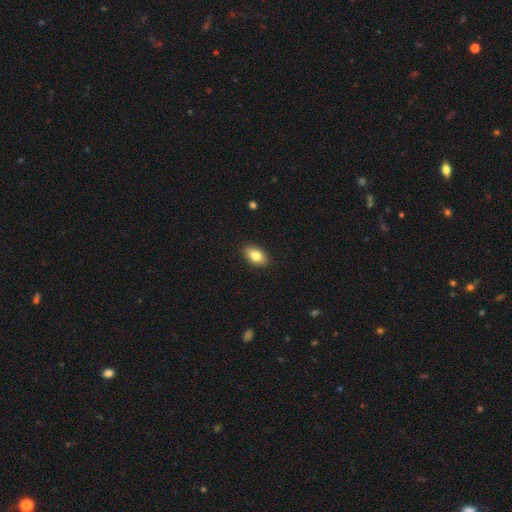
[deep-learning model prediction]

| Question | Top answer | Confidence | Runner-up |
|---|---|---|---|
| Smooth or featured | smooth | 79% | featured or disk (13%) |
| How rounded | in between | 89% | round (7%) |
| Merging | none | 89% | minor disturbance (8%) |